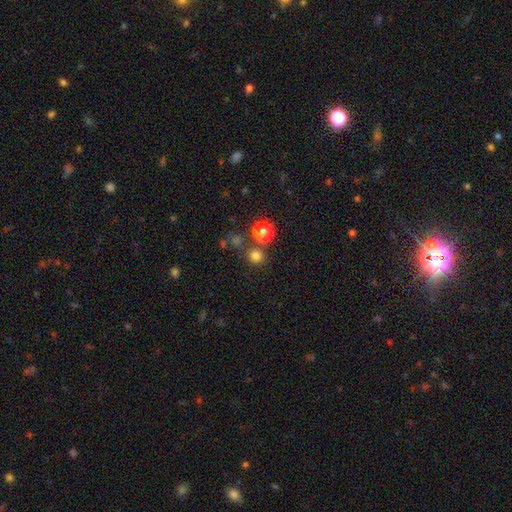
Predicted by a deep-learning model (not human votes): Smooth or featured? Predicted: smooth (p=0.75). How rounded? Predicted: round (p=0.90). Merging? Predicted: none (p=0.76).